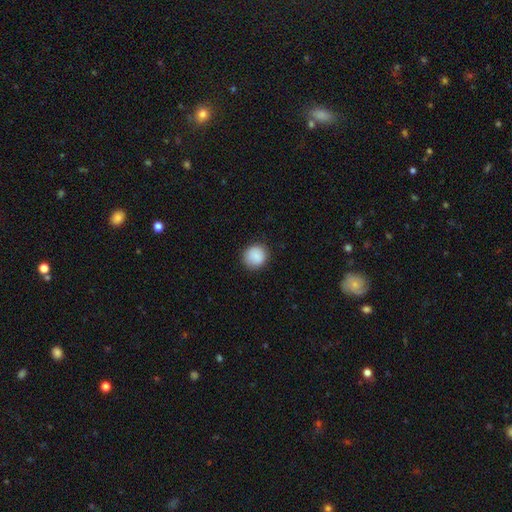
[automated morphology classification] Smooth or featured: smooth — 89% (star or artifact — 7%)
How rounded: round — 89% (in between — 10%)
Merging: none — 89% (minor disturbance — 8%)